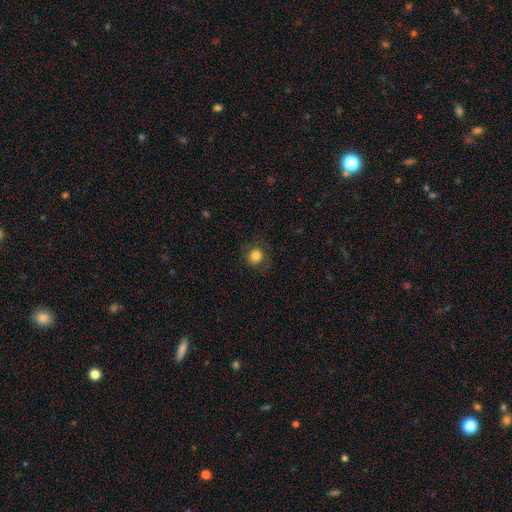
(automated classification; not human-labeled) The model was most divided on "merging": none: 80%, minor disturbance: 13%, major disturbance: 6%, merger: 1%. More confident: how rounded — round (92%); smooth or featured — smooth (80%).